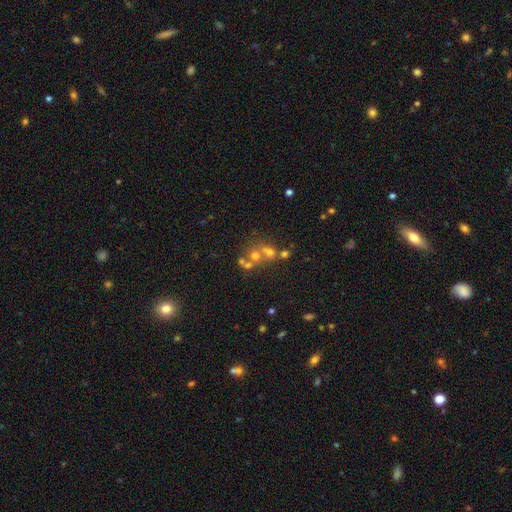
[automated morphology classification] Smooth or featured?
  - smooth: 42% *
  - star or artifact: 31%
  - featured or disk: 27%
Merging?
  - merger: 46% *
  - none: 41%
  - minor disturbance: 8%
  - major disturbance: 6%